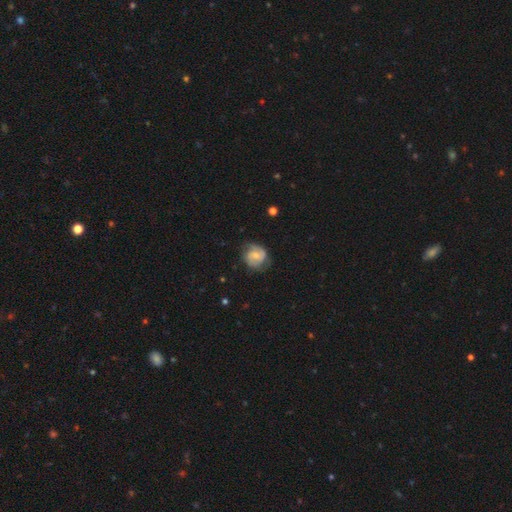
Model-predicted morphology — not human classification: type=featured or disk (62%); edge-on=no (98%); bar=weak (47%); spiral arms=yes (88%); winding=medium (46%); arm count=2 (79%); bulge=small (49%); merging=none (68%).